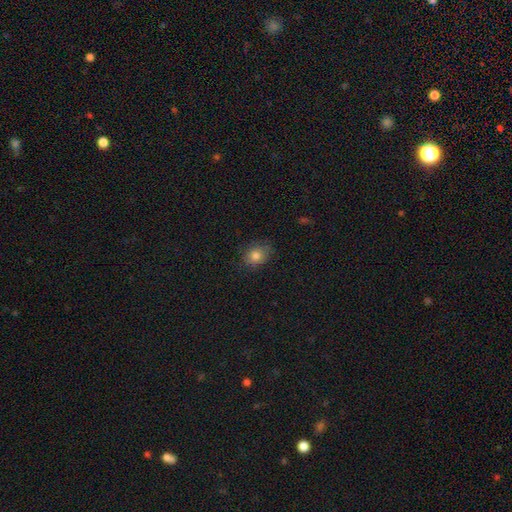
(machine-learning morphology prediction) smooth 81%, star or artifact 11%, featured or disk 8%. Down the decision tree: how rounded — round (59%); merging — none (79%).